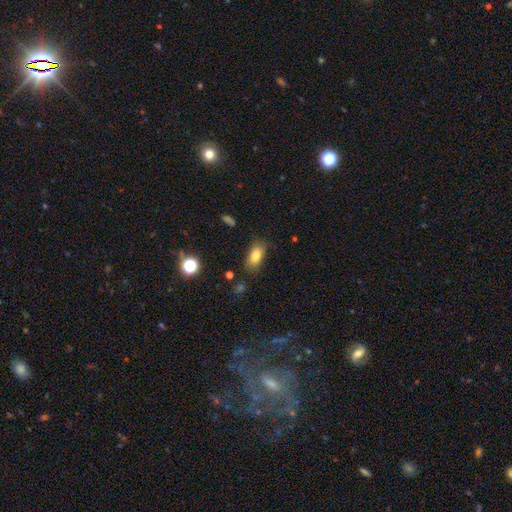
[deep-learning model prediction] The model was most divided on "merging": none: 77%, minor disturbance: 16%, major disturbance: 4%, merger: 2%. More confident: how rounded — in between (87%); smooth or featured — smooth (82%).